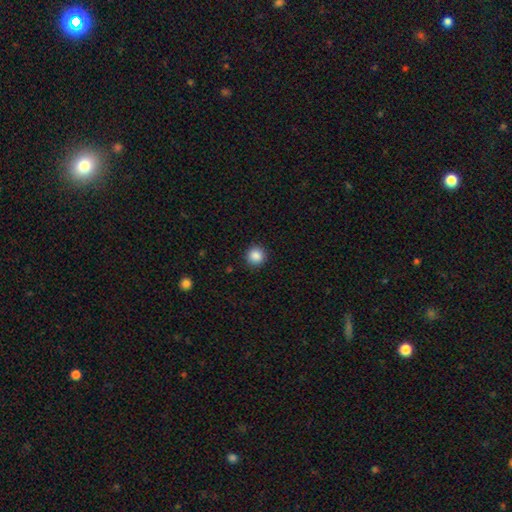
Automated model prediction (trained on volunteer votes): This is clearly a smooth galaxy (88%). How rounded: clearly round (93%). Merging: clearly none (91%).